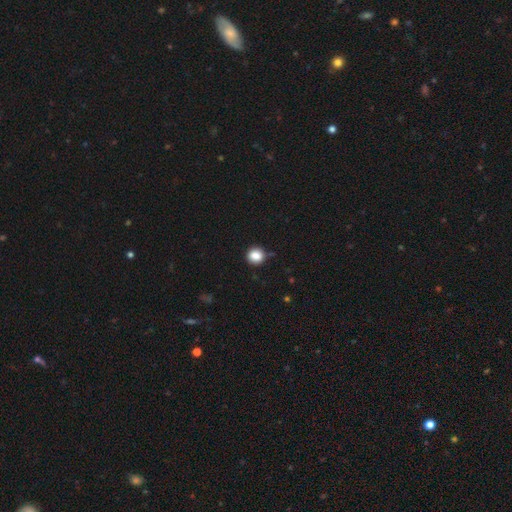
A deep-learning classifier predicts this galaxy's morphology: Smooth or featured: smooth — 86% (star or artifact — 10%)
How rounded: round — 90% (in between — 9%)
Merging: none — 85% (minor disturbance — 10%)